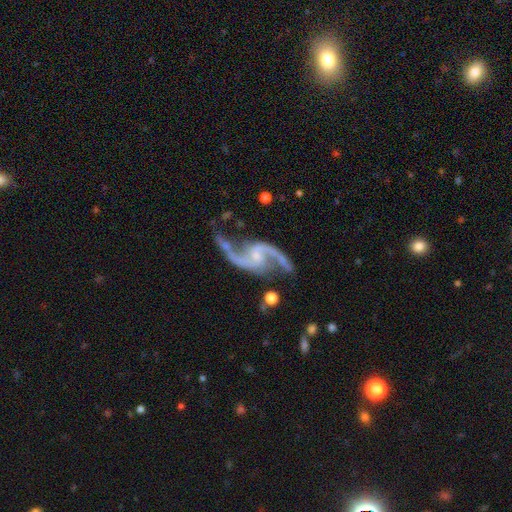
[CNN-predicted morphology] Smooth or featured: featured or disk — 93% (star or artifact — 4%)
Edge-on disk: no — 98% (yes — 2%)
Bar: no — 50% (weak — 37%)
Spiral arms: yes — 98% (no — 2%)
Spiral winding: loose — 74% (medium — 22%)
Spiral arm count: 2 — 94% (3 — 1%)
Bulge size: small — 72% (moderate — 15%)
Merging: none — 66% (minor disturbance — 18%)